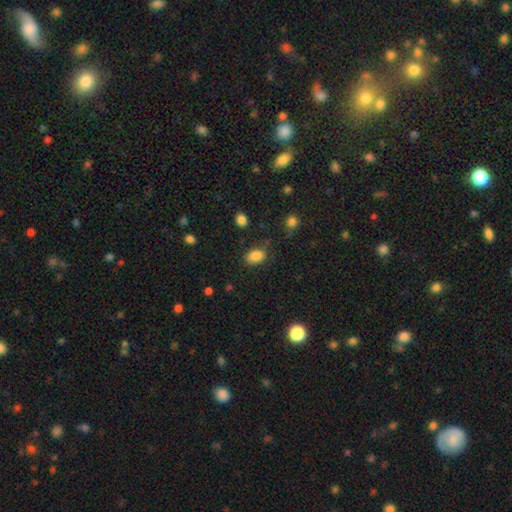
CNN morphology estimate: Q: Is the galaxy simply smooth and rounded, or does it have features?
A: smooth — 85%.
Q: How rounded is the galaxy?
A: in between — 85%.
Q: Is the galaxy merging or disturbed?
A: none — 74%.